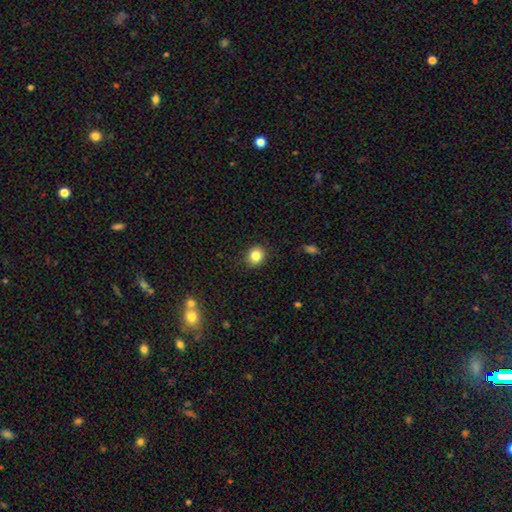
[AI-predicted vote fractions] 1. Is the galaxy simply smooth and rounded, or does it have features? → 84% smooth, 10% star or artifact, 6% featured or disk.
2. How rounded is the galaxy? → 75% round, 24% in between, 1% cigar-shaped.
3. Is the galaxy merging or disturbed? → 88% none, 8% minor disturbance, 2% major disturbance, 1% merger.